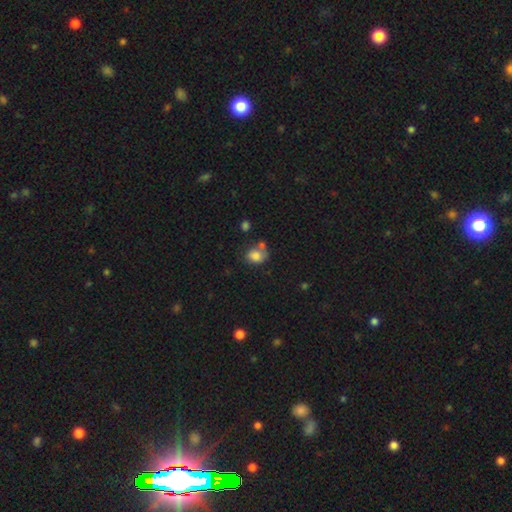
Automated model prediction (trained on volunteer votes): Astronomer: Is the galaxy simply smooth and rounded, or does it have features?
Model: smooth — 79%.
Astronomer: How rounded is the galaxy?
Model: in between — 57% (runner-up: round, 42%).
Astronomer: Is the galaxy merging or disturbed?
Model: none — 45% (runner-up: merger, 23%).